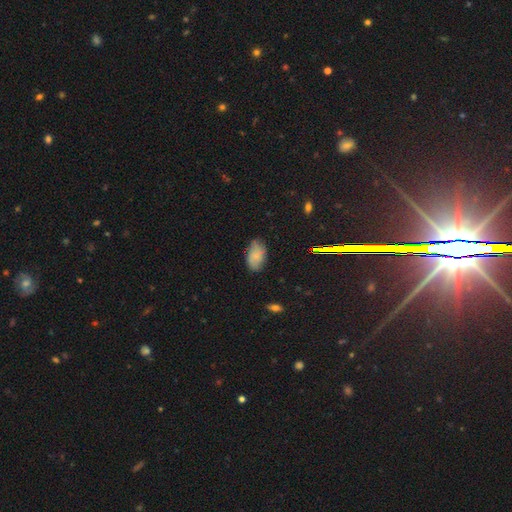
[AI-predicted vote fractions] This is likely a smooth galaxy (63%). How rounded: clearly in between (92%). Merging: likely none (72%).